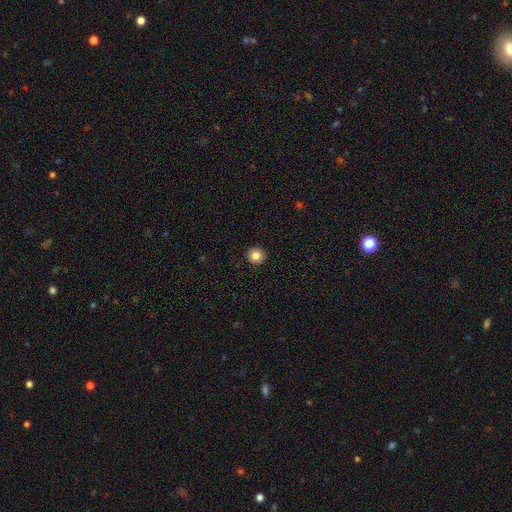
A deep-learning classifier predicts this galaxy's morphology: A smooth galaxy with no disk features (84%) that is round (96%). Merging: none (93%).